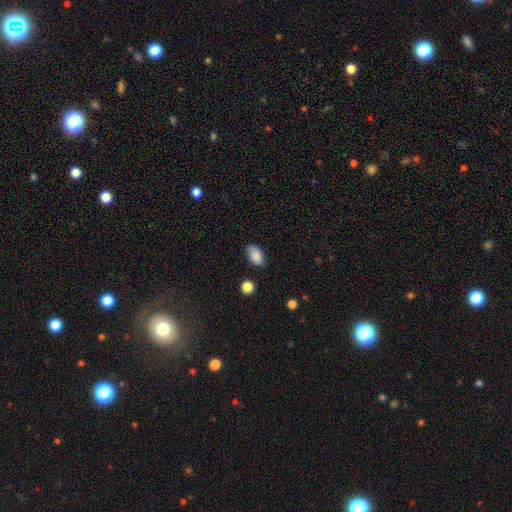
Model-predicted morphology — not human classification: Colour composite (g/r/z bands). It shows a smooth galaxy with no disk features (87%) that is in between round and cigar-shaped (92%). Merging: none (80%).